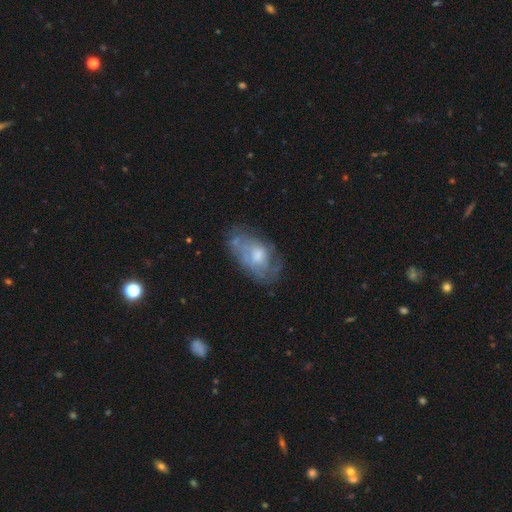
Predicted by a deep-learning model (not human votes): Smooth or featured: featured or disk — 60% (smooth — 32%)
Edge-on disk: no — 94% (yes — 6%)
Bar: no — 76% (weak — 21%)
Spiral arms: yes — 53% (no — 47%)
Bulge size: moderate — 54% (small — 28%)
Merging: none — 55% (minor disturbance — 26%)